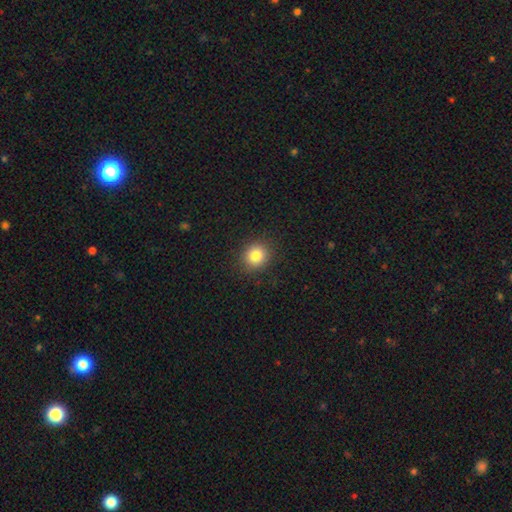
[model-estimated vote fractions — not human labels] The model was most divided on "how rounded": round: 83%, in between: 16%, cigar-shaped: 1%. More confident: merging — none (90%); smooth or featured — smooth (83%).